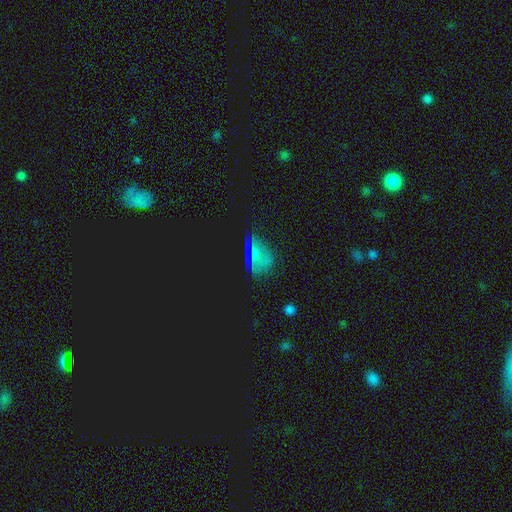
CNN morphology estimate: smooth_or_featured: star or artifact (p=0.49) [alt: smooth p=0.33]